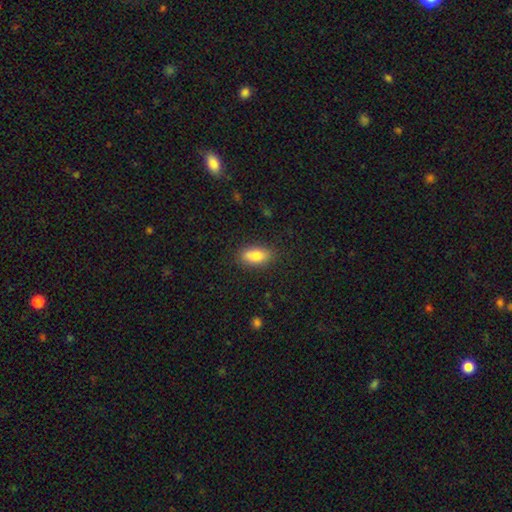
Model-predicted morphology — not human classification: A smooth galaxy with no disk features (83%) that is in between round and cigar-shaped (85%). Merging: none (84%).